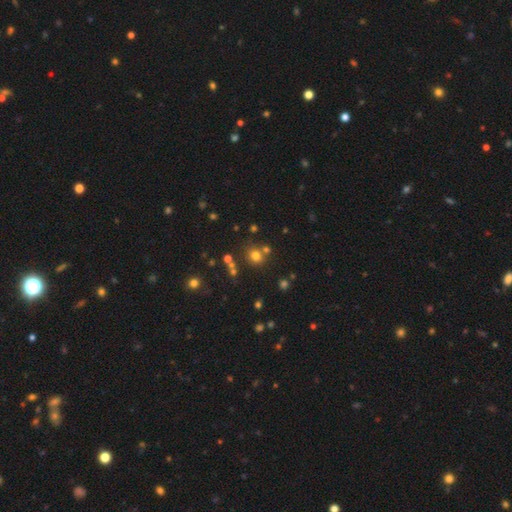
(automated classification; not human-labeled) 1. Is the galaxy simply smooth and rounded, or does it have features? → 70% smooth, 21% star or artifact, 9% featured or disk.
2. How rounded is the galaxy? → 82% round, 17% in between, 1% cigar-shaped.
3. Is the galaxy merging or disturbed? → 70% none, 17% merger, 9% minor disturbance, 4% major disturbance.